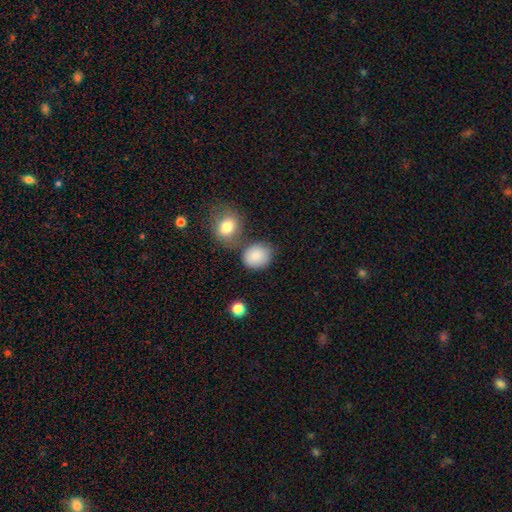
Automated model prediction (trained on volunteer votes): smooth 87%, star or artifact 8%, featured or disk 5%. Down the decision tree: how rounded — round (62%); merging — none (61%).